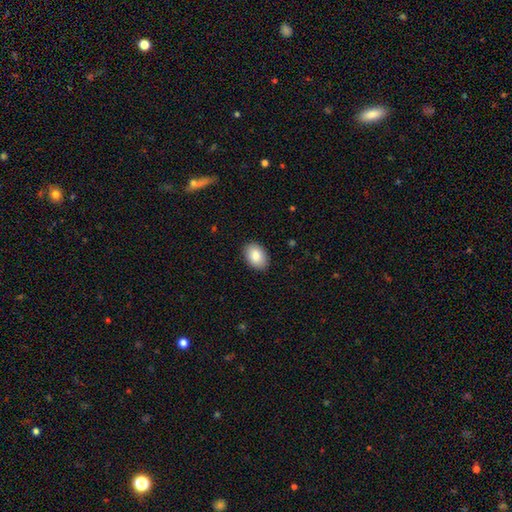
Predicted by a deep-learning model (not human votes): A smooth galaxy with no disk features (87%) that is in between round and cigar-shaped (88%). Merging: none (89%).